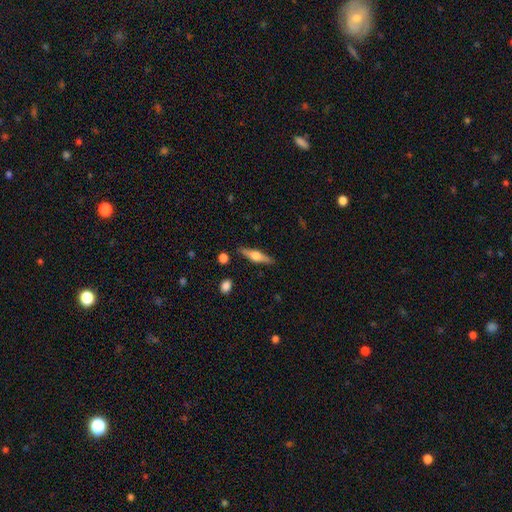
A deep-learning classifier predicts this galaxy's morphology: A featured or disk galaxy (62%) viewed edge-on (96%) with a rounded central bulge (87%).

Vote fractions:
- Smooth or featured? featured or disk: 62% / smooth: 31% / star or artifact: 6%
- Edge-on disk? yes: 96% / no: 4%
- Edge-on bulge? rounded: 87% / boxy: 10% / none: 2%
- Merging? none: 86% / minor disturbance: 10% / merger: 2% / major disturbance: 2%